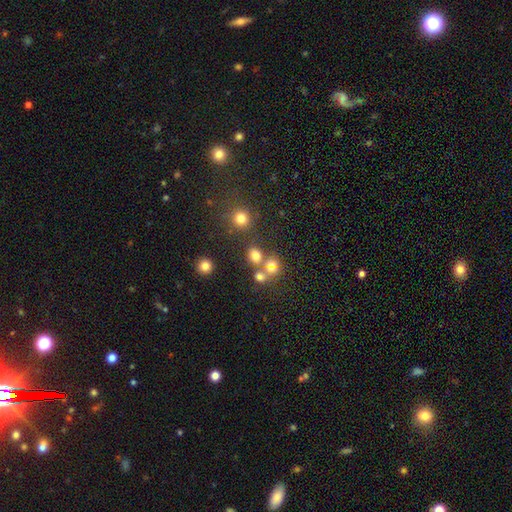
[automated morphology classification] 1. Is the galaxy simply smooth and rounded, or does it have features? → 72% smooth, 17% star or artifact, 10% featured or disk.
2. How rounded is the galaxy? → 75% round, 24% in between, 1% cigar-shaped.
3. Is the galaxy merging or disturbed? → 56% none, 31% merger, 8% minor disturbance, 4% major disturbance.